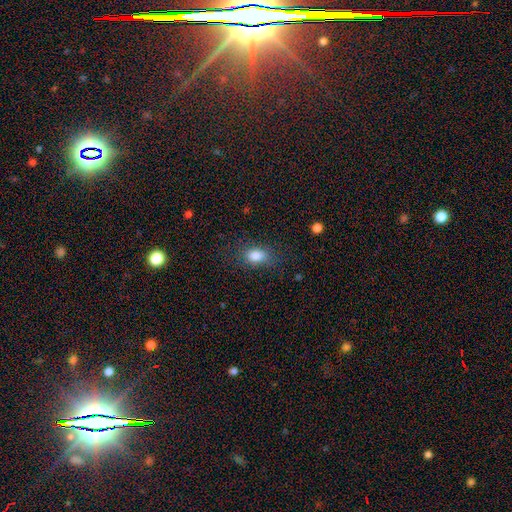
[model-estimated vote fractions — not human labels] Smooth or featured? smooth (83%)
How rounded? in between (79%)
Merging? none (75%)